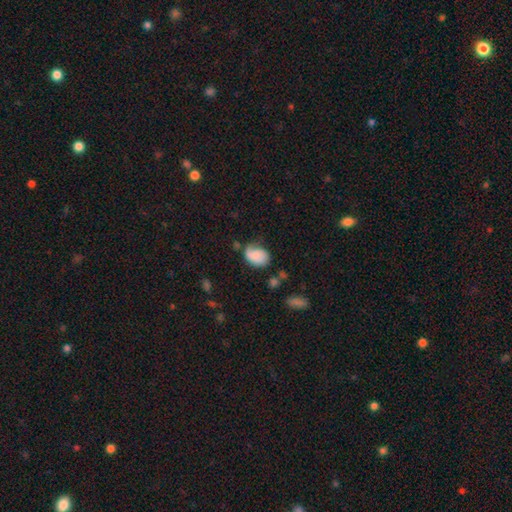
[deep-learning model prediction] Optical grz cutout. It shows a smooth galaxy with no disk features (72%) that is in between round and cigar-shaped (74%). Merging: none (40%).